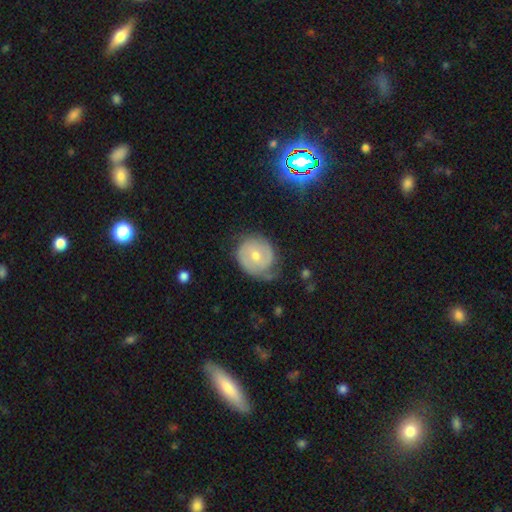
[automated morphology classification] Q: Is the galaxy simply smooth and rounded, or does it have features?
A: featured or disk — 70%.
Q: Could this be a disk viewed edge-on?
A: no — 97%.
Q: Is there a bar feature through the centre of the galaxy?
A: no — 54%.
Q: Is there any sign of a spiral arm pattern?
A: yes — 89%.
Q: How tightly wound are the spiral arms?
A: tight — 52%.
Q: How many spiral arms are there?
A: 2 — 63%.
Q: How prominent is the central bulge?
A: moderate — 51%.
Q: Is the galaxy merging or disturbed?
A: none — 61%.